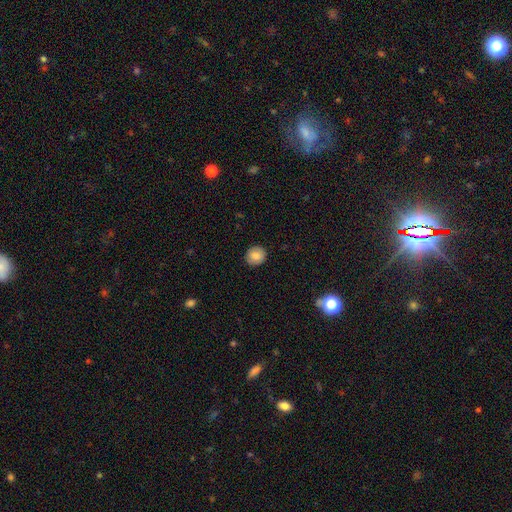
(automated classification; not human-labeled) The model was most divided on "smooth or featured": smooth: 82%, featured or disk: 9%, star or artifact: 9%. More confident: merging — none (90%); how rounded — round (87%).